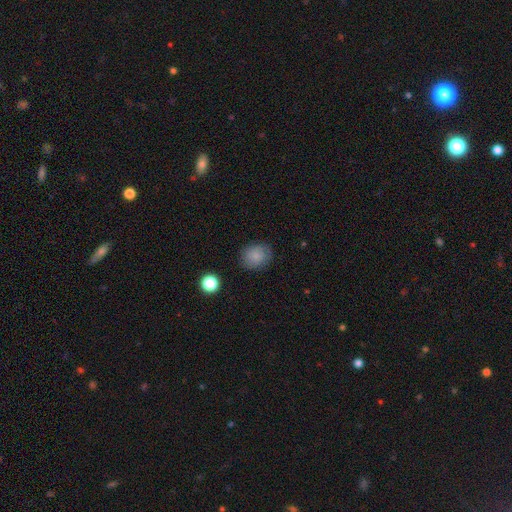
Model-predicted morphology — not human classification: Smooth or featured?
  - smooth: 81% *
  - star or artifact: 10%
  - featured or disk: 10%
How rounded?
  - round: 57% *
  - in between: 42%
  - cigar-shaped: 1%
Merging?
  - none: 80% *
  - minor disturbance: 15%
  - major disturbance: 4%
  - merger: 1%